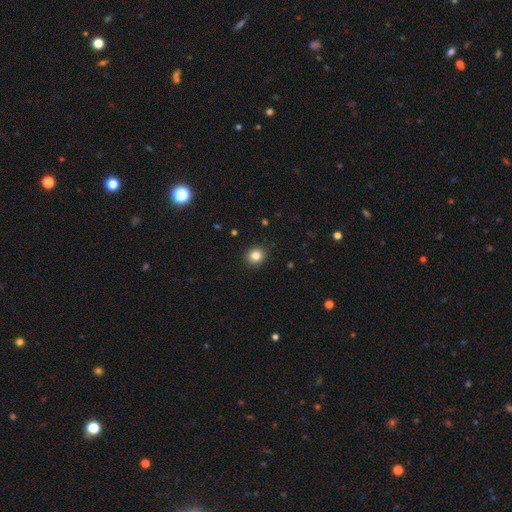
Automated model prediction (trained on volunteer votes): Q: Smooth or featured?
A: smooth (84%); runner-up: star or artifact (11%)
Q: How rounded?
A: round (86%); runner-up: in between (13%)
Q: Merging?
A: none (91%); runner-up: minor disturbance (6%)